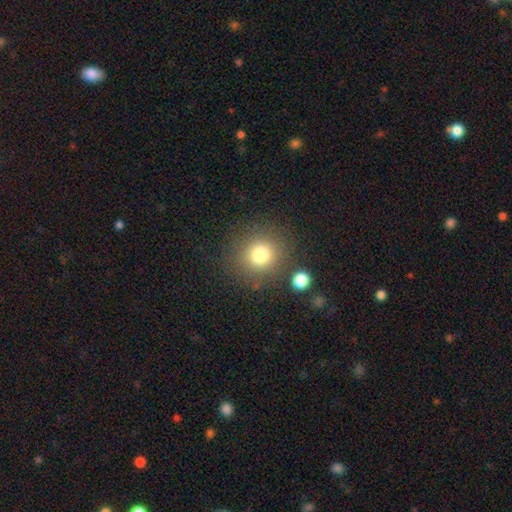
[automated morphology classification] A smooth galaxy with no disk features (78%) that is round (92%). Merging: none (84%).